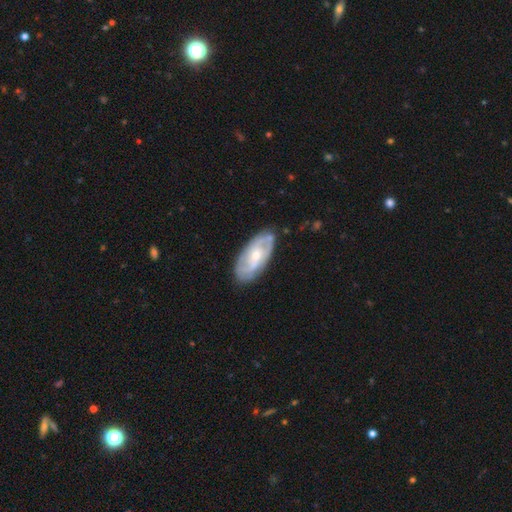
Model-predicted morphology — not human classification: Smooth or featured? Predicted: featured or disk (p=0.71). Edge-on disk? Predicted: no (p=0.91). Bar? Predicted: no (p=0.52). Spiral arms? Predicted: yes (p=0.83). Spiral winding? Predicted: tight (p=0.46). Spiral arm count? Predicted: 2 (p=0.46). Bulge size? Predicted: moderate (p=0.49). Merging? Predicted: none (p=0.79).